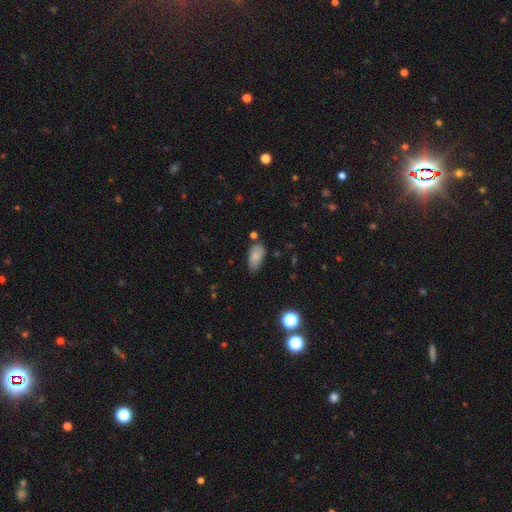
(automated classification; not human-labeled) smooth 83%, star or artifact 9%, featured or disk 8%. Down the decision tree: how rounded — in between (91%); merging — none (64%).